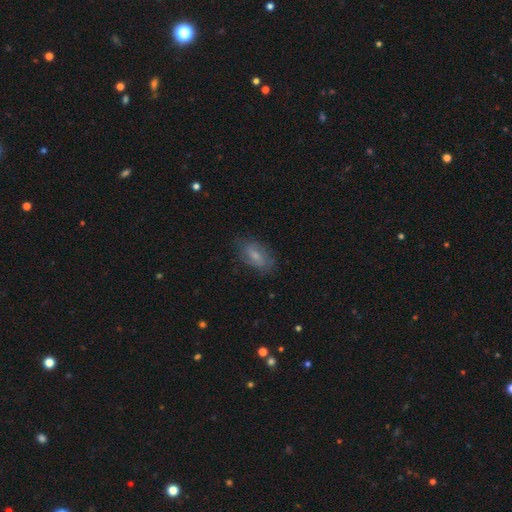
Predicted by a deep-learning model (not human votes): Smooth or featured? smooth (50%)
How rounded? in between (88%)
Merging? none (73%)